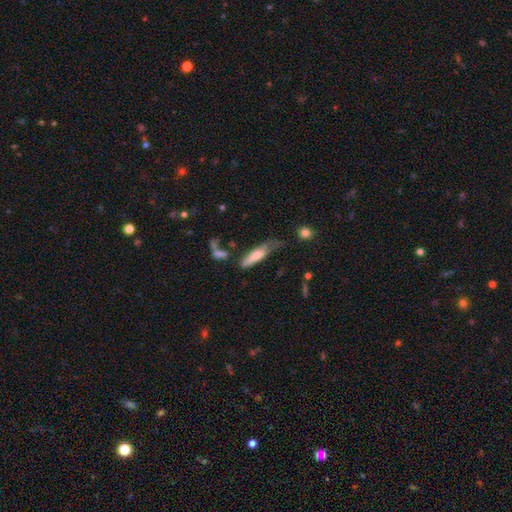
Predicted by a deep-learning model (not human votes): smooth_or_featured: smooth (p=0.68) [alt: featured or disk p=0.25]
how_rounded: cigar-shaped (p=0.64) [alt: in between p=0.34]
merging: minor disturbance (p=0.34) [alt: none p=0.30]